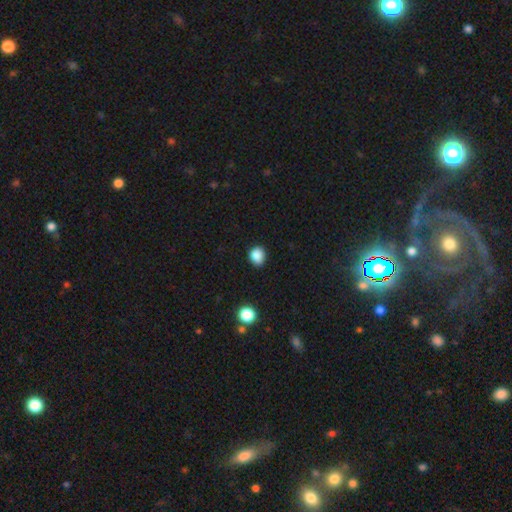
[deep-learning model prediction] smooth-or-featured: smooth: 86% | star or artifact: 10% | featured or disk: 3%
  how-rounded: round: 58% | in between: 41% | cigar-shaped: 1%
  merging: none: 82% | minor disturbance: 14% | major disturbance: 3% | merger: 2%